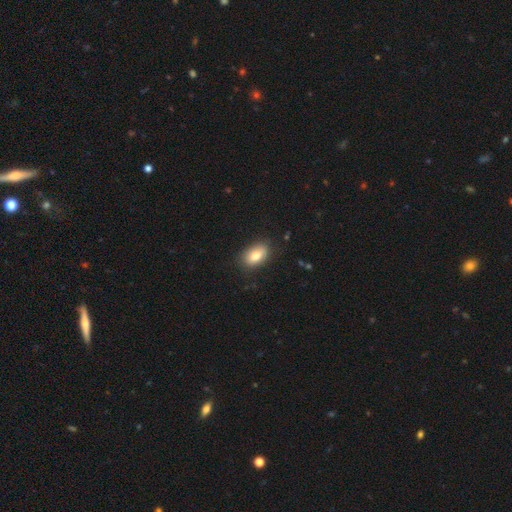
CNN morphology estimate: This appears to be a smooth galaxy with no disk features (80%) that is in between round and cigar-shaped (90%). Merging: none (82%).